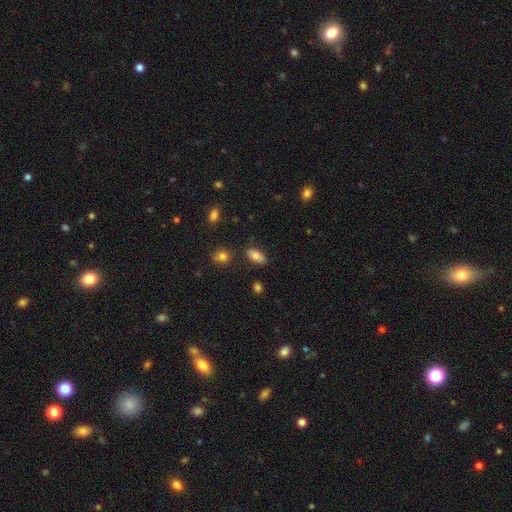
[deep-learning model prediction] Smooth or featured? smooth (80%)
How rounded? in between (91%)
Merging? none (83%)